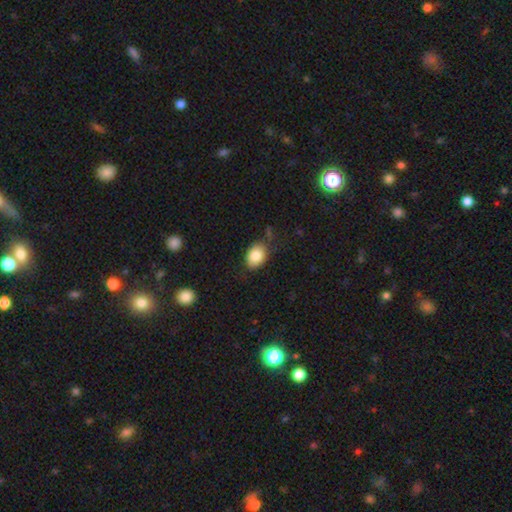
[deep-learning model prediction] smooth_or_featured: smooth (p=0.85) [alt: star or artifact p=0.07]
how_rounded: in between (p=0.74) [alt: round p=0.25]
merging: none (p=0.71) [alt: minor disturbance p=0.21]